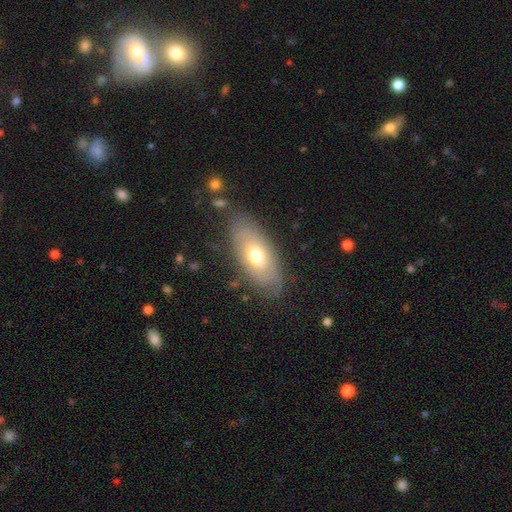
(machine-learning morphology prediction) Smooth or featured? Predicted: smooth (p=0.52). How rounded? Predicted: in between (p=0.89). Merging? Predicted: none (p=0.75).